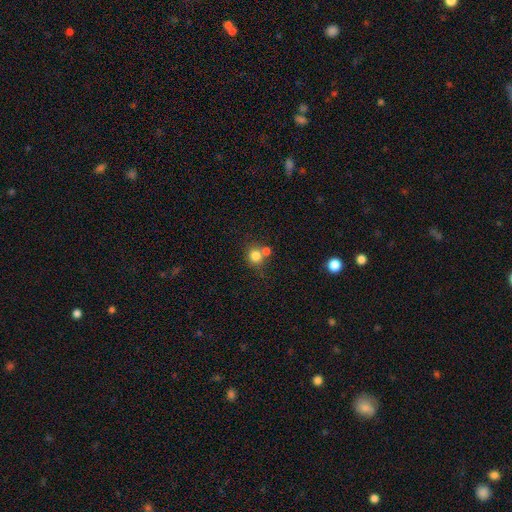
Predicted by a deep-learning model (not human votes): Morphology: type=smooth (80%); roundness=round (84%); merging=none (55%).